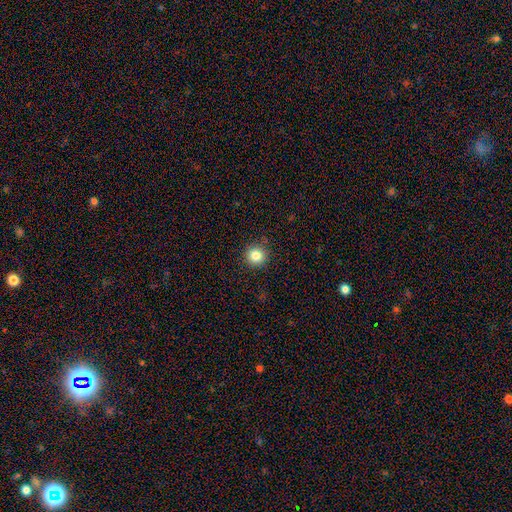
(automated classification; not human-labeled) Q: Smooth or featured?
A: smooth (83%); runner-up: star or artifact (11%)
Q: How rounded?
A: round (95%); runner-up: in between (4%)
Q: Merging?
A: none (90%); runner-up: minor disturbance (6%)